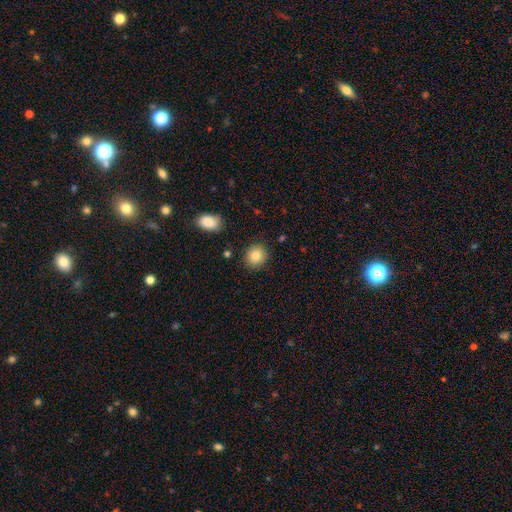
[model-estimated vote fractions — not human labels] This is clearly a smooth galaxy (83%). How rounded: clearly round (82%). Merging: clearly none (88%).